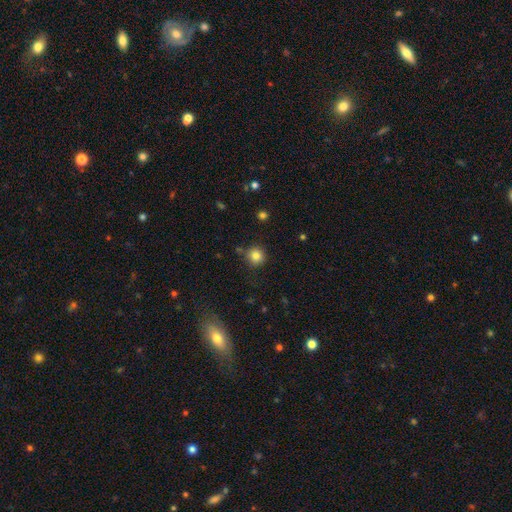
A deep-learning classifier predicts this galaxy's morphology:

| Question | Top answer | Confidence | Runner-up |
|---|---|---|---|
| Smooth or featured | smooth | 83% | star or artifact (12%) |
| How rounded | round | 92% | in between (7%) |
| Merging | none | 84% | minor disturbance (10%) |